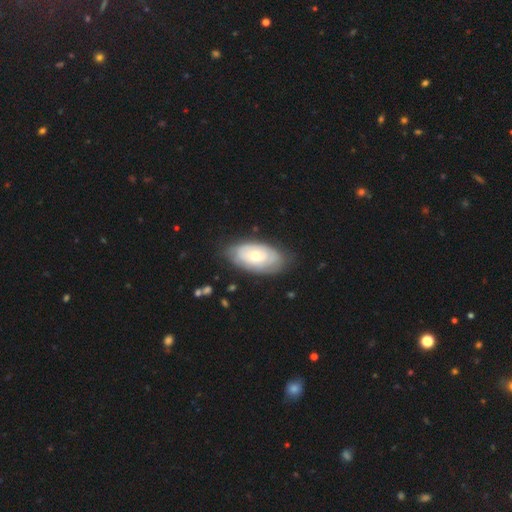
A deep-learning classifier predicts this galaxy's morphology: smooth-or-featured: featured or disk: 55% | smooth: 40% | star or artifact: 5%
  disk-edge-on: no: 92% | yes: 8%
    bar: no: 87% | weak: 10% | strong: 3%
    has-spiral-arms: yes: 52% | no: 48%
    bulge-size: moderate: 59% | small: 36% | large: 4% | dominant: 1% | none: 1%
  merging: none: 77% | minor disturbance: 17% | major disturbance: 5% | merger: 1%